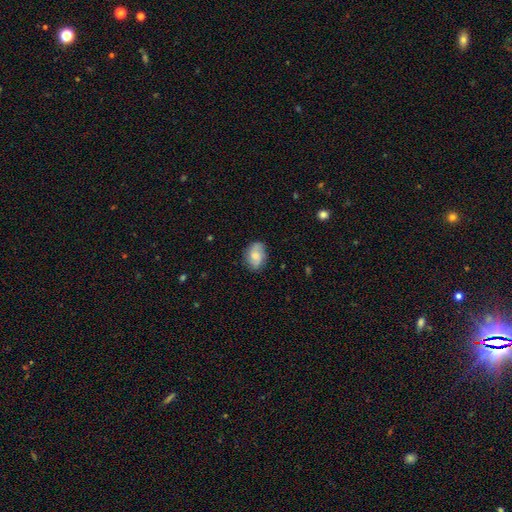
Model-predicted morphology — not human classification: Smooth or featured?
  - smooth: 59% *
  - featured or disk: 33%
  - star or artifact: 8%
How rounded?
  - in between: 71% *
  - round: 28%
  - cigar-shaped: 1%
Merging?
  - none: 77% *
  - minor disturbance: 17%
  - major disturbance: 4%
  - merger: 1%